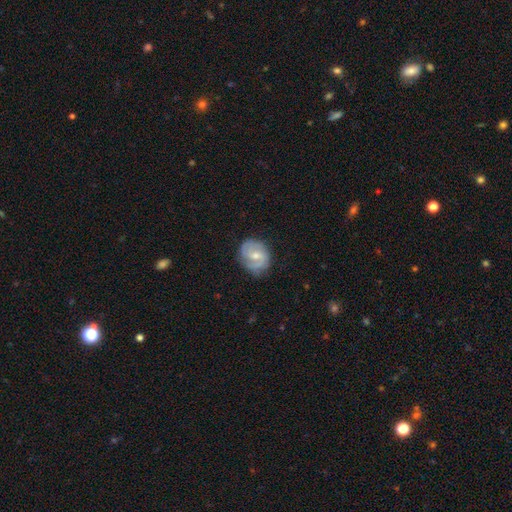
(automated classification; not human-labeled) Smooth or featured? Predicted: featured or disk (p=0.73). Edge-on disk? Predicted: no (p=0.98). Bar? Predicted: weak (p=0.53). Spiral arms? Predicted: yes (p=0.91). Spiral winding? Predicted: medium (p=0.45). Spiral arm count? Predicted: 2 (p=0.78). Bulge size? Predicted: moderate (p=0.53). Merging? Predicted: none (p=0.75).